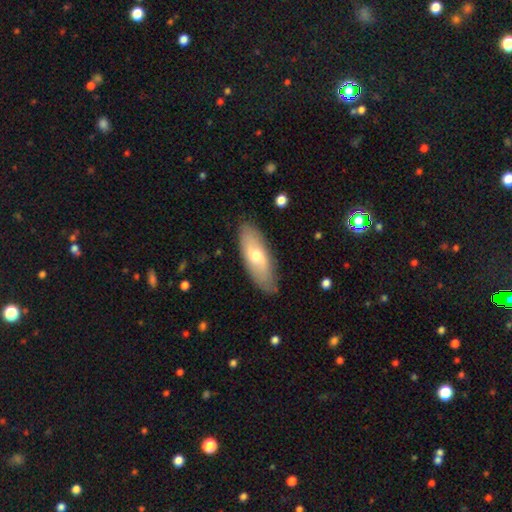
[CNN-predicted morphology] This appears to be a smooth galaxy with no disk features (53%) that is in between round and cigar-shaped (63%). Merging: none (85%).